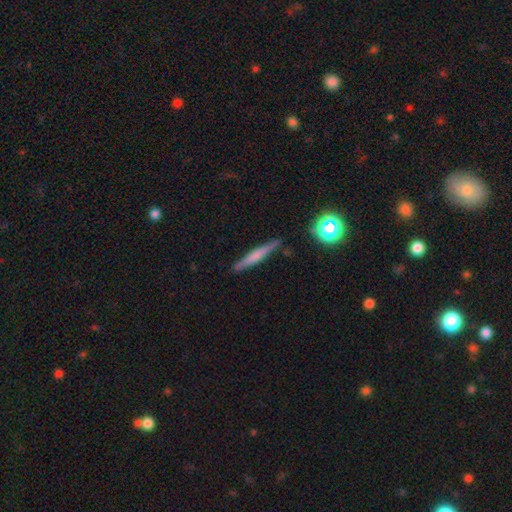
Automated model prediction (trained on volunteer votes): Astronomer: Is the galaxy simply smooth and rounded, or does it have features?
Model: smooth — 49% (runner-up: featured or disk, 43%).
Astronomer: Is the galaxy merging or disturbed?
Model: none — 86%.